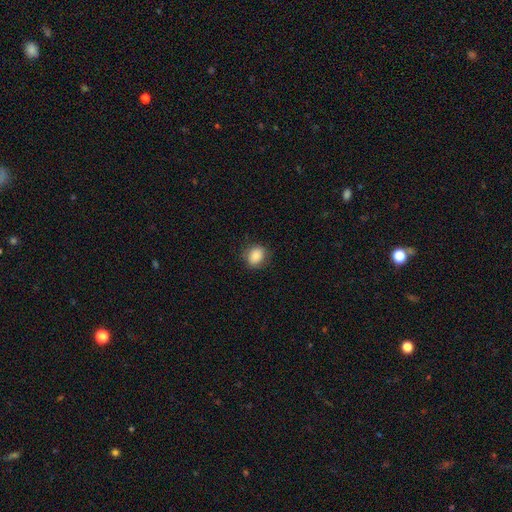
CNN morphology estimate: Smooth or featured? smooth (85%)
How rounded? round (59%)
Merging? none (81%)